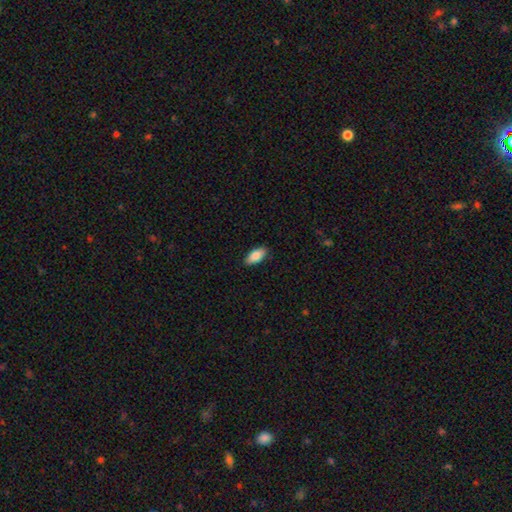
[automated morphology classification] Q: Smooth or featured?
A: smooth (85%); runner-up: featured or disk (8%)
Q: How rounded?
A: in between (89%); runner-up: cigar-shaped (8%)
Q: Merging?
A: none (89%); runner-up: minor disturbance (9%)